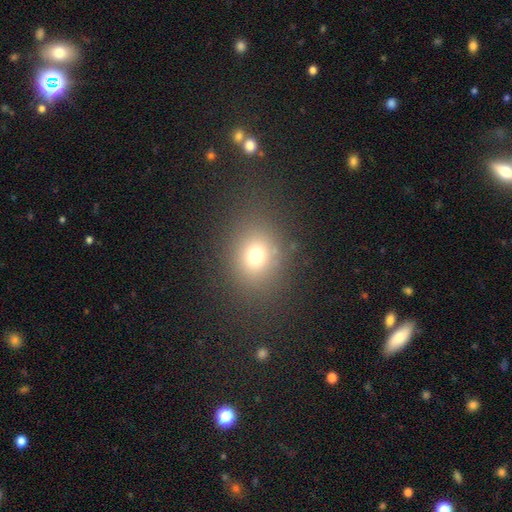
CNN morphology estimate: The model was most divided on "how rounded": round: 55%, in between: 43%, cigar-shaped: 1%. More confident: merging — none (79%); smooth or featured — smooth (73%).